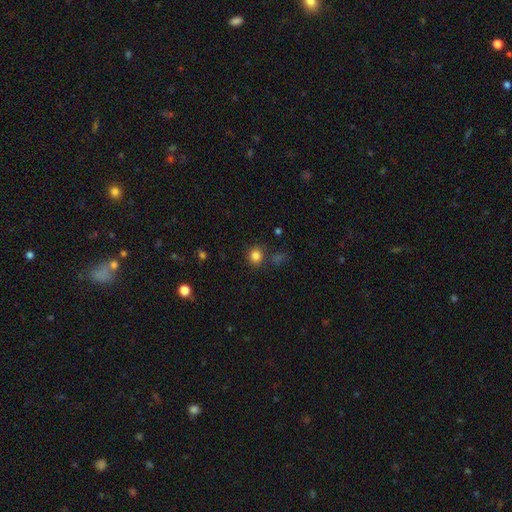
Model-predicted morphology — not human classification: The model was most divided on "smooth or featured": smooth: 82%, star or artifact: 13%, featured or disk: 5%. More confident: how rounded — round (84%); merging — none (81%).